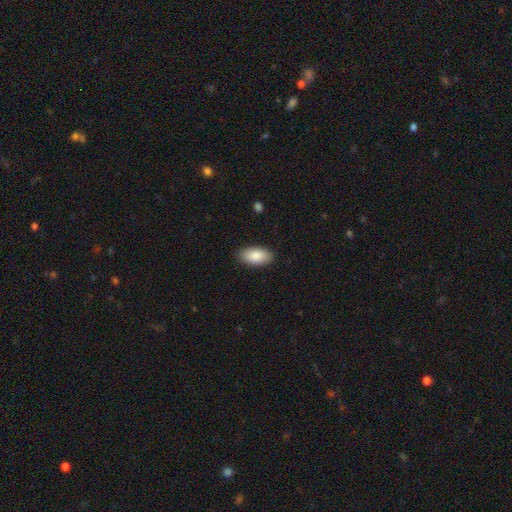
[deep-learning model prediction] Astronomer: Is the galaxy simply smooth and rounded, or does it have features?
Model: smooth — 87%.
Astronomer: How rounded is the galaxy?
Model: in between — 94%.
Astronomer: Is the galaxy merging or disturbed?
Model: none — 89%.